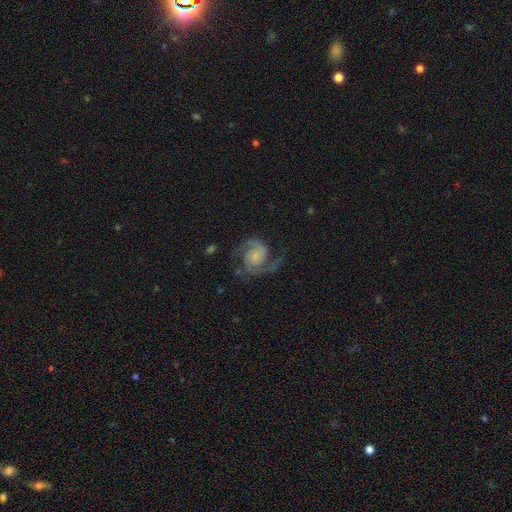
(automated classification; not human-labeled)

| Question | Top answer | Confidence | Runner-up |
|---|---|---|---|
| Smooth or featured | featured or disk | 90% | star or artifact (5%) |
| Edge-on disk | no | 98% | yes (2%) |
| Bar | no | 69% | weak (25%) |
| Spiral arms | yes | 98% | no (2%) |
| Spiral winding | medium | 57% | tight (24%) |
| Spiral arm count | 2 | 91% | 3 (3%) |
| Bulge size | small | 56% | none (19%) |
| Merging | none | 74% | minor disturbance (14%) |